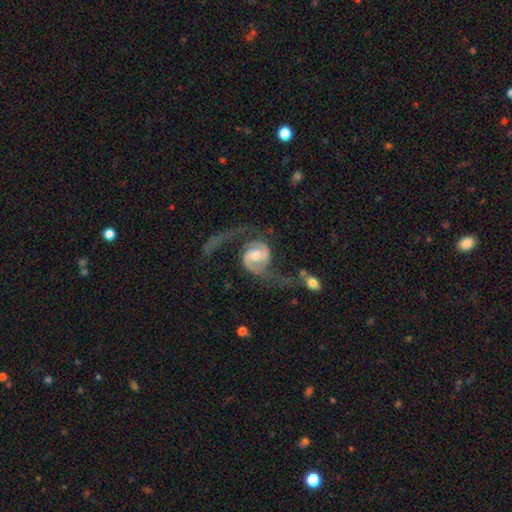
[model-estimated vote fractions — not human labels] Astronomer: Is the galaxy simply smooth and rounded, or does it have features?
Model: featured or disk — 89%.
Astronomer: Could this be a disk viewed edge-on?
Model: no — 97%.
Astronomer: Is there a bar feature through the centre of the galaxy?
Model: no — 47% (runner-up: weak, 40%).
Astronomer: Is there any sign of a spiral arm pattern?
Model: yes — 96%.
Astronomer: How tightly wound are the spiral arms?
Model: loose — 57%.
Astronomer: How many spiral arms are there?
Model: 2 — 92%.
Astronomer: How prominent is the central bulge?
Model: moderate — 66%.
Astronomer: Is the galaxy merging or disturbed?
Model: none — 45% (runner-up: major disturbance, 34%).